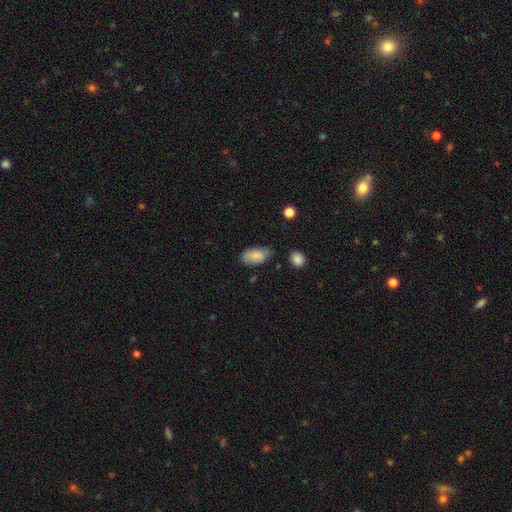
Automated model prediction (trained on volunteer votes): A smooth galaxy with no disk features (85%) that is in between round and cigar-shaped (93%).

Vote fractions:
- Smooth or featured? smooth: 85% / featured or disk: 8% / star or artifact: 7%
- How rounded? in between: 93% / cigar-shaped: 4% / round: 4%
- Merging? none: 61% / minor disturbance: 29% / major disturbance: 6% / merger: 4%